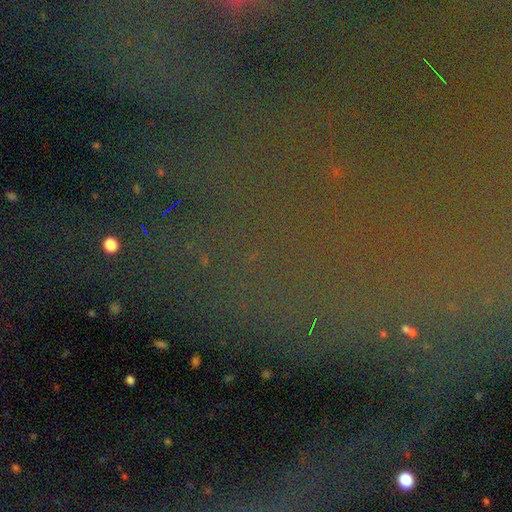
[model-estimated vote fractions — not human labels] This appears to be a star or artifact, not a galaxy (83%).